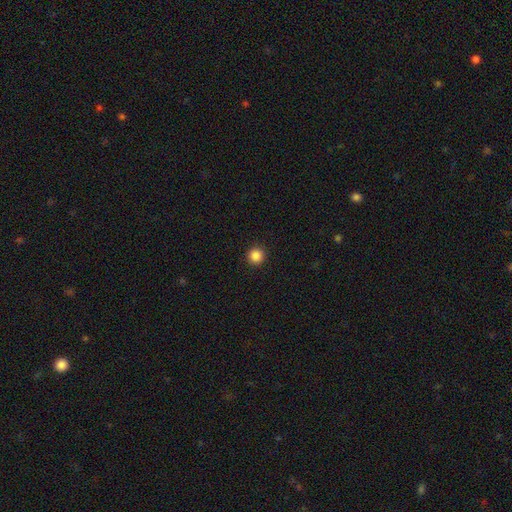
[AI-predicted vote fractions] Overall: smooth (86%). How rounded: round (96%). Merging: none (93%).